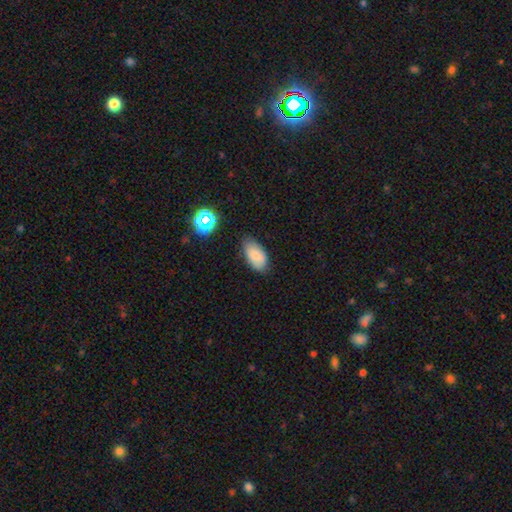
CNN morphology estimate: A smooth galaxy with no disk features (83%) that is in between round and cigar-shaped (94%). Merging: none (76%).